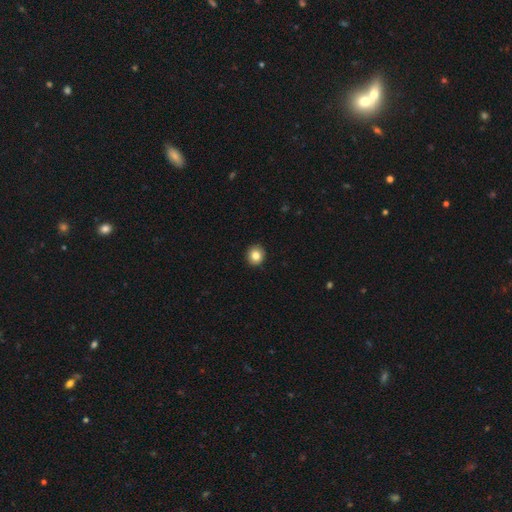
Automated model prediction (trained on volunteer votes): smooth_or_featured: smooth (p=0.84) [alt: star or artifact p=0.10]
how_rounded: round (p=0.82) [alt: in between p=0.17]
merging: none (p=0.92) [alt: minor disturbance p=0.05]